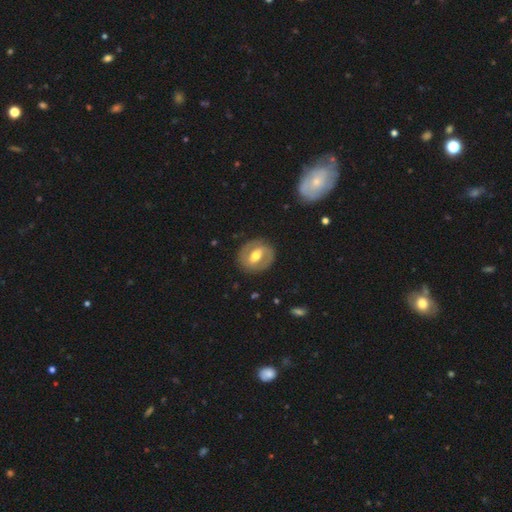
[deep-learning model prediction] smooth_or_featured: featured or disk (p=0.65) [alt: smooth p=0.30]
disk_edge_on: no (p=0.95) [alt: yes p=0.05]
bar: weak (p=0.42) [alt: strong p=0.39]
has_spiral_arms: yes (p=0.61) [alt: no p=0.39]
bulge_size: moderate (p=0.74) [alt: small p=0.13]
merging: none (p=0.84) [alt: minor disturbance p=0.11]